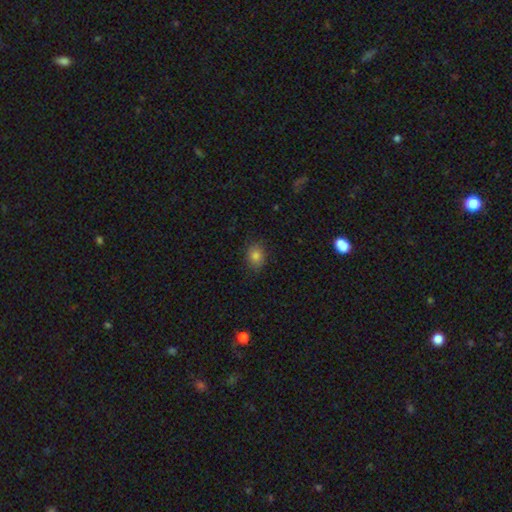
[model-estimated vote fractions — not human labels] Overall: smooth (82%). How rounded: in between (54%; round 45%). Merging: none (84%).